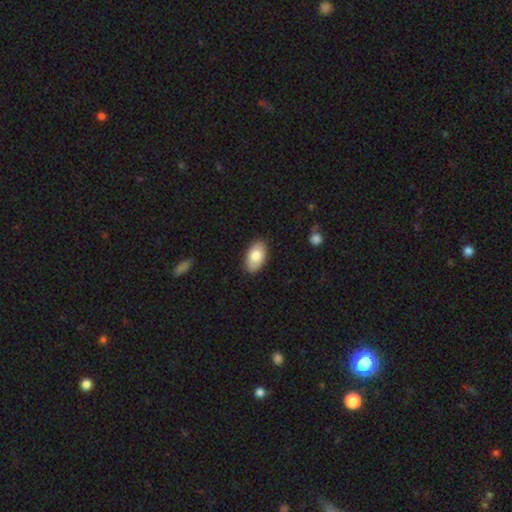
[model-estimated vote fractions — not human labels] A smooth galaxy with no disk features (80%) that is in between round and cigar-shaped (94%). Merging: none (87%).